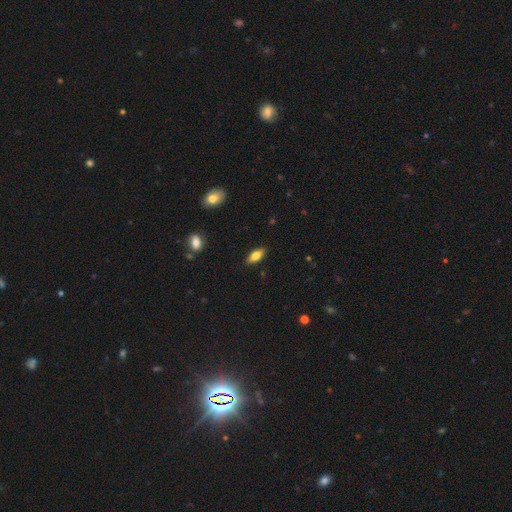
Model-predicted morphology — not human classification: This is likely a smooth galaxy (76%). How rounded: clearly in between (80%). Merging: clearly none (88%).